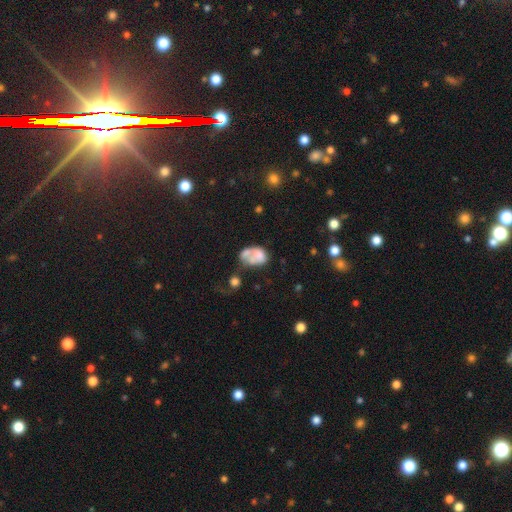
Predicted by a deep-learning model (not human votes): Smooth or featured? Predicted: smooth (p=0.55). How rounded? Predicted: in between (p=0.76). Merging? Predicted: merger (p=0.43).